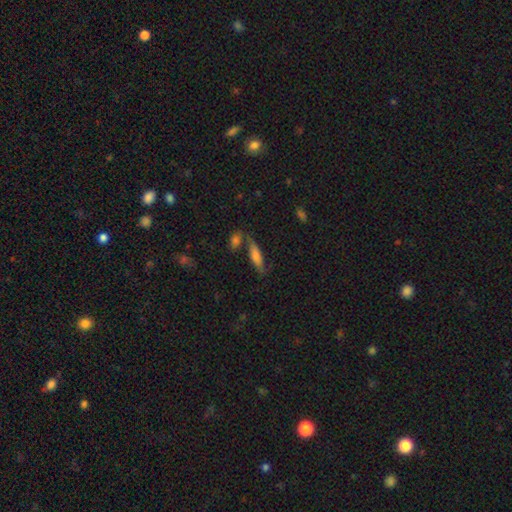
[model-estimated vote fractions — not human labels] Smooth or featured? Predicted: smooth (p=0.54). How rounded? Predicted: cigar-shaped (p=0.63). Merging? Predicted: none (p=0.67).